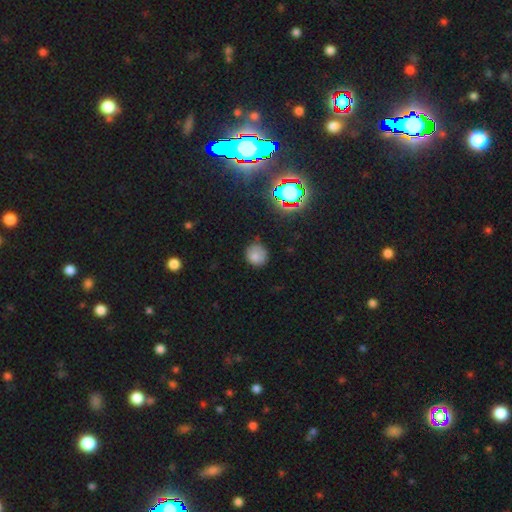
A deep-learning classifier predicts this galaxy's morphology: A smooth galaxy with no disk features (76%) that is round (88%). Merging: none (78%).